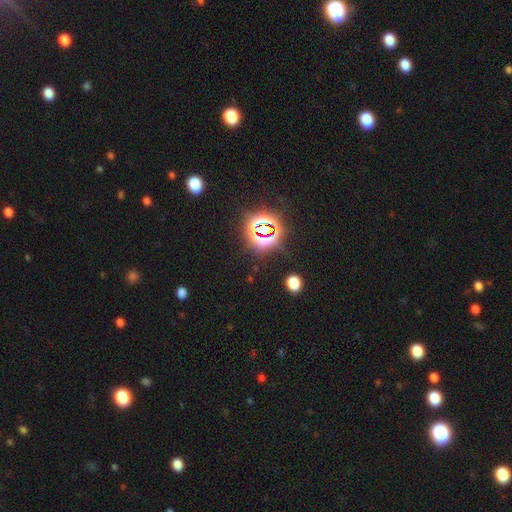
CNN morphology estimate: Smooth or featured?
  - star or artifact: 82% *
  - smooth: 11%
  - featured or disk: 6%